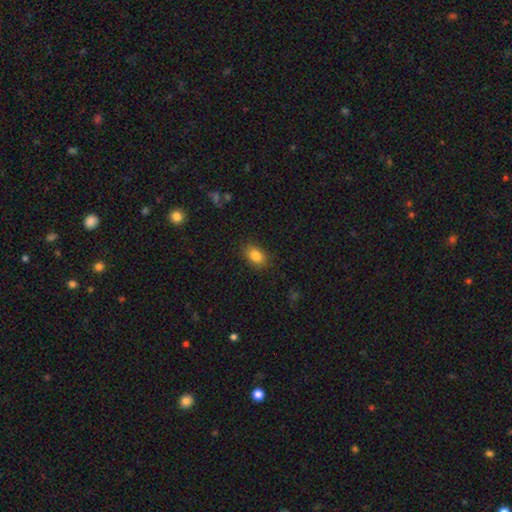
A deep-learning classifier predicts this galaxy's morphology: A smooth galaxy with no disk features (84%) that is in between round and cigar-shaped (80%).

Vote fractions:
- Smooth or featured? smooth: 84% / star or artifact: 9% / featured or disk: 7%
- How rounded? in between: 80% / round: 19% / cigar-shaped: 1%
- Merging? none: 86% / minor disturbance: 11% / major disturbance: 3% / merger: 1%